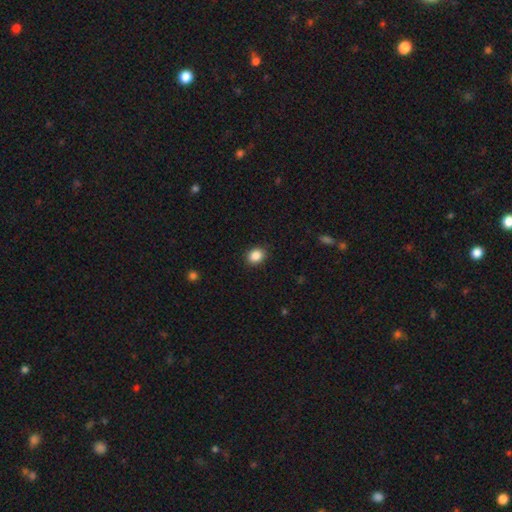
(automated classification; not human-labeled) The model was most divided on "how rounded": round: 50%, in between: 49%, cigar-shaped: 1%. More confident: merging — none (89%); smooth or featured — smooth (88%).